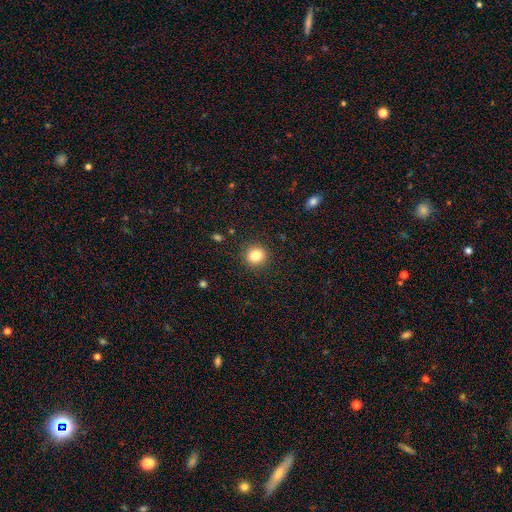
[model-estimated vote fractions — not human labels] This appears to be a smooth galaxy with no disk features (84%) that is round (89%). Merging: none (91%).